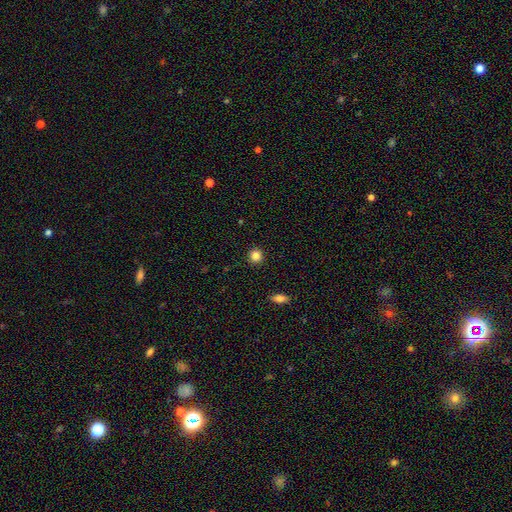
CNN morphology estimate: The model was most divided on "smooth or featured": smooth: 84%, star or artifact: 11%, featured or disk: 5%. More confident: merging — none (92%); how rounded — round (92%).